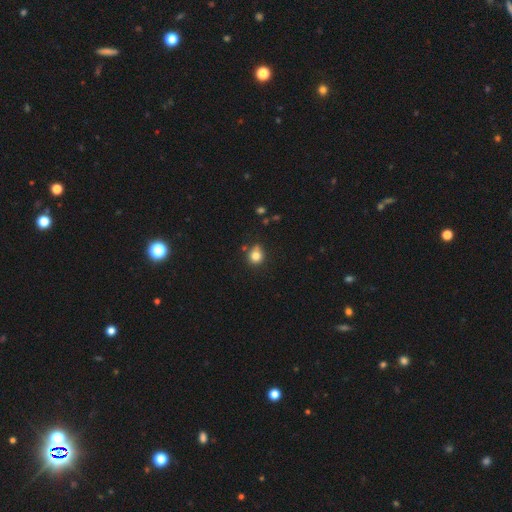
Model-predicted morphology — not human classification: The model was most divided on "merging": none: 67%, minor disturbance: 20%, merger: 8%, major disturbance: 5%. More confident: how rounded — round (84%); smooth or featured — smooth (81%).